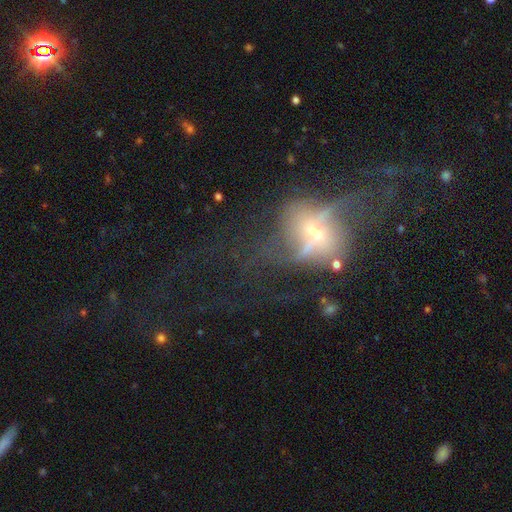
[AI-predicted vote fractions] This is possibly a featured or disk galaxy (59%). It is clearly not viewed edge-on (82%). Merging: possibly major disturbance (48%).